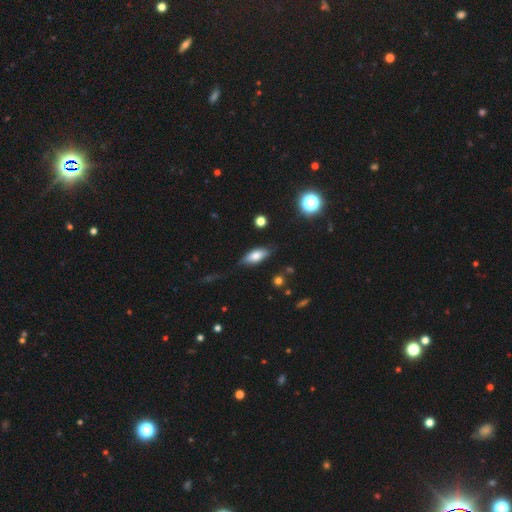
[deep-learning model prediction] Q: Smooth or featured?
A: smooth (73%); runner-up: featured or disk (20%)
Q: How rounded?
A: in between (77%); runner-up: cigar-shaped (20%)
Q: Merging?
A: none (77%); runner-up: minor disturbance (17%)